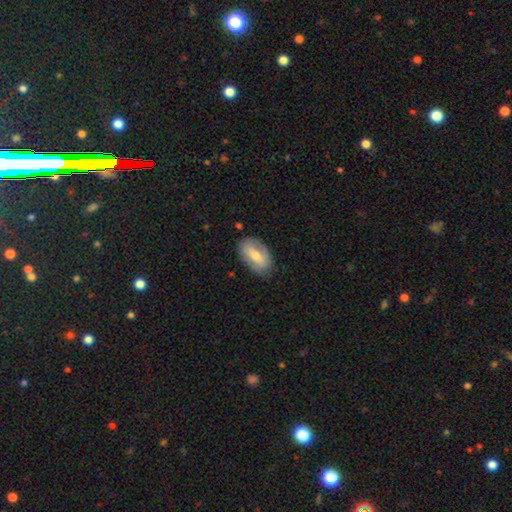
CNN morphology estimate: smooth 55%, featured or disk 39%, star or artifact 6%. Down the decision tree: how rounded — in between (91%); merging — none (77%).